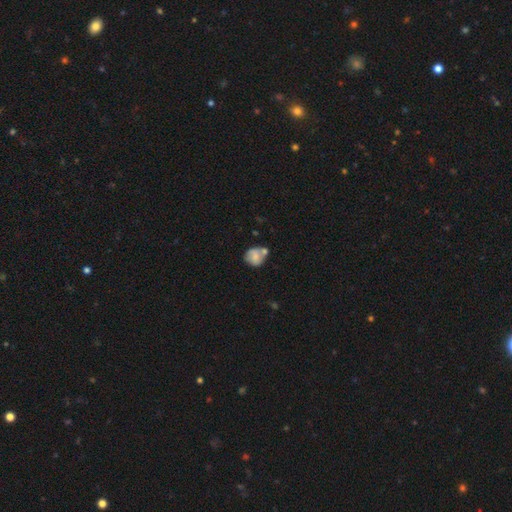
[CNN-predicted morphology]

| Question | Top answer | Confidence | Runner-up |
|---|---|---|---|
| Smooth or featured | smooth | 62% | featured or disk (30%) |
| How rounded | round | 69% | in between (30%) |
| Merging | none | 43% | merger (29%) |